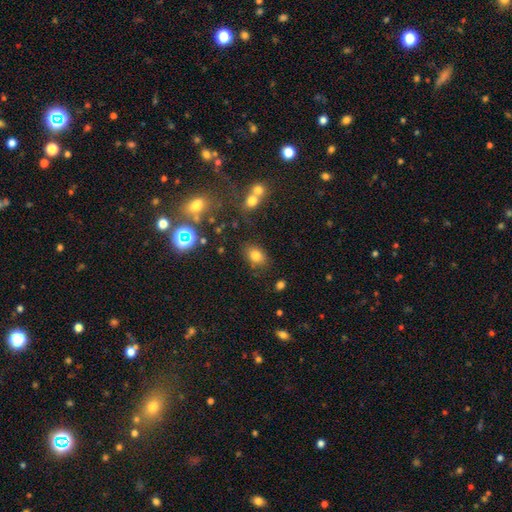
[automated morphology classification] smooth-or-featured: smooth: 78% | star or artifact: 14% | featured or disk: 8%
  how-rounded: in between: 65% | round: 34% | cigar-shaped: 1%
  merging: none: 79% | minor disturbance: 12% | merger: 4% | major disturbance: 4%